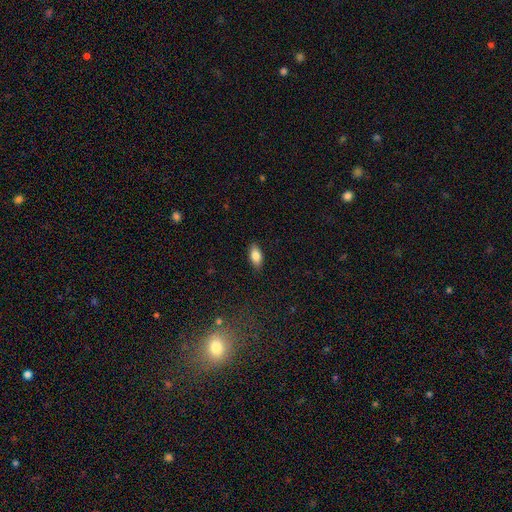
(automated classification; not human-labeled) Overall: smooth (83%). How rounded: in between (89%). Merging: none (88%).